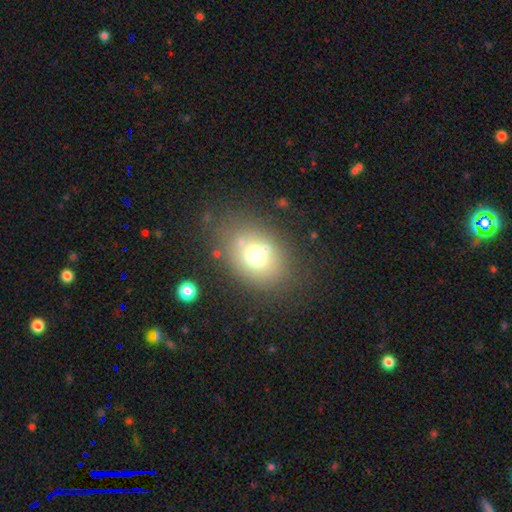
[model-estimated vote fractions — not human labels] Q: Smooth or featured?
A: smooth (69%); runner-up: star or artifact (16%)
Q: How rounded?
A: in between (56%); runner-up: round (43%)
Q: Merging?
A: none (74%); runner-up: minor disturbance (13%)